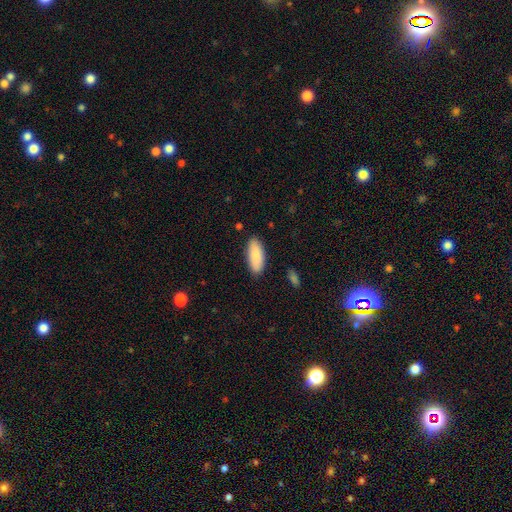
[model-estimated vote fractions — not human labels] This appears to be a smooth galaxy with no disk features (88%) that is in between round and cigar-shaped (81%). Merging: none (87%).